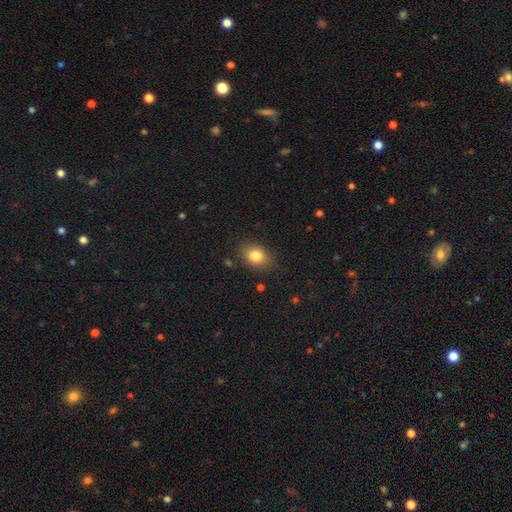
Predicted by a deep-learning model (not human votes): This is clearly a smooth galaxy (82%). How rounded: likely in between (68%). Merging: clearly none (85%).